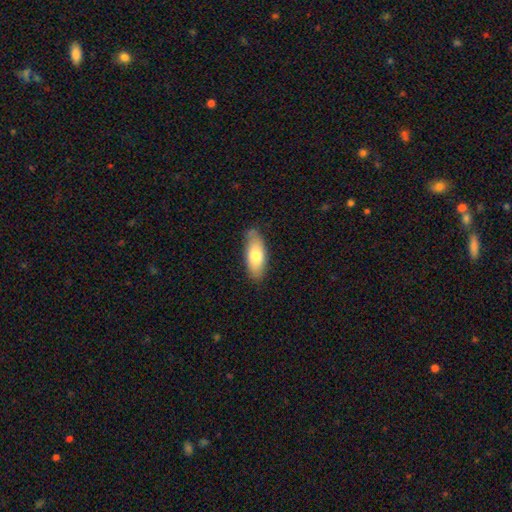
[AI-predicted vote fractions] Smooth or featured: smooth — 75% (featured or disk — 19%)
How rounded: in between — 81% (cigar-shaped — 17%)
Merging: none — 79% (minor disturbance — 17%)